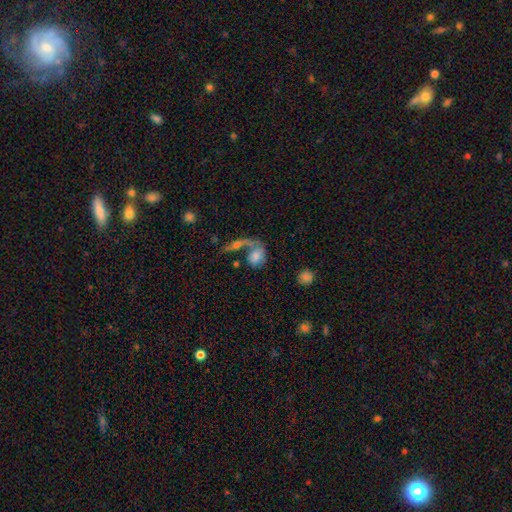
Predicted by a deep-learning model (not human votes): Smooth or featured? smooth (60%)
How rounded? in between (63%)
Merging? merger (47%)